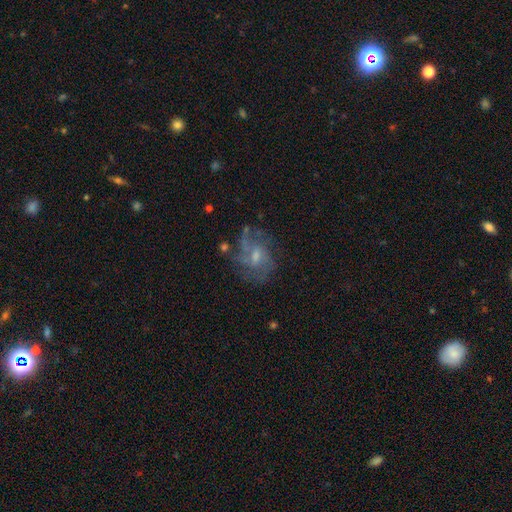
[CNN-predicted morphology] This is likely a featured or disk galaxy (74%). It is clearly not viewed edge-on (97%). Bar: possibly weak (47%). Spiral arm pattern: clearly yes (85%). Spiral arm count: marginally can't tell (33%). Spiral winding: possibly medium (46%). Central bulge: possibly moderate (46%). Merging: likely none (61%).